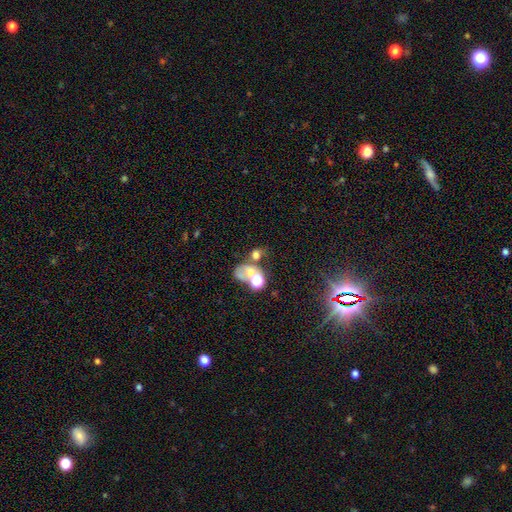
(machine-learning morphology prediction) type=smooth (46%); merging=merger (50%).